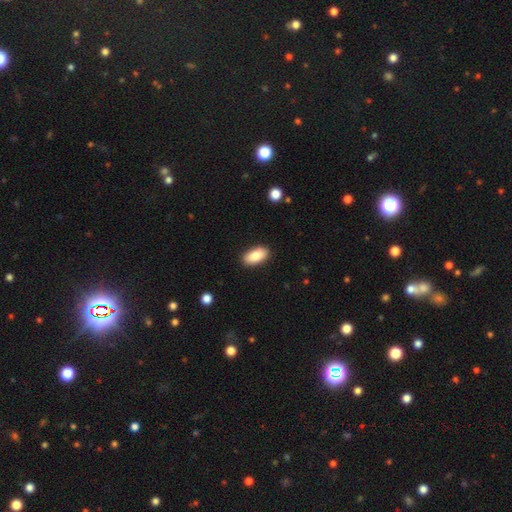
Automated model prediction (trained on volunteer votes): The model was most divided on "smooth or featured": smooth: 87%, featured or disk: 7%, star or artifact: 6%. More confident: how rounded — in between (93%); merging — none (89%).